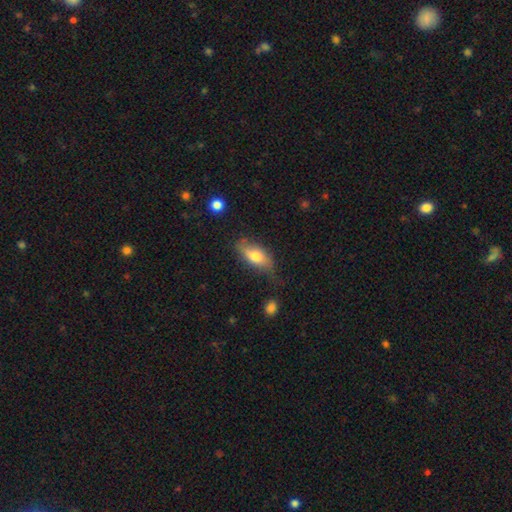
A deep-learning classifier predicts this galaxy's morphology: This appears to be a smooth galaxy with no disk features (68%) that is in between round and cigar-shaped (81%). Merging: none (63%).